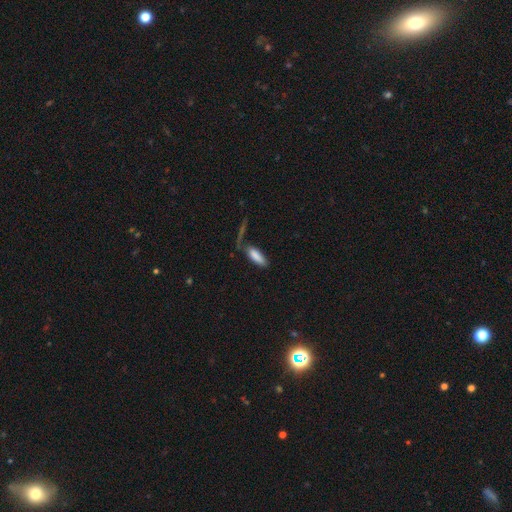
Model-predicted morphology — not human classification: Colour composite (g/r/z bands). It shows a smooth galaxy with no disk features (82%) that is in between round and cigar-shaped (59%). Merging: none (52%).